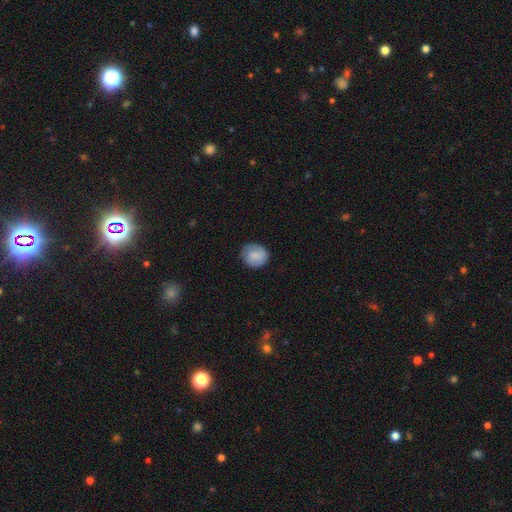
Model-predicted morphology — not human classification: This appears to be a smooth galaxy with no disk features (79%) that is round (83%). Merging: none (77%).